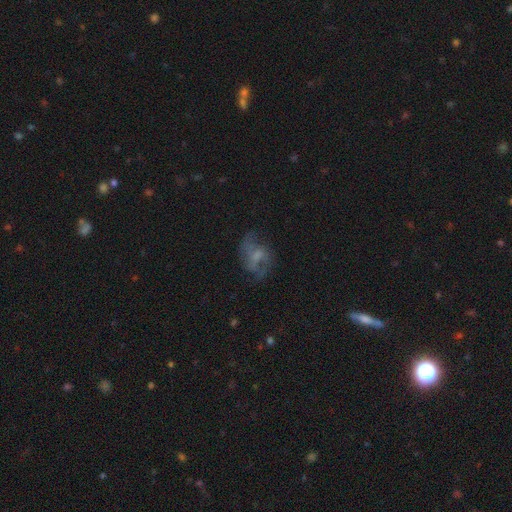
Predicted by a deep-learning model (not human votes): Overall: featured or disk (59%; smooth 28%). Edge-on disk: no (97%). Bar: no (53%; weak 38%). Spiral arms: yes (67%; no 33%). Bulge size: none (34%; small 31%). Merging: none (51%; major disturbance 26%).